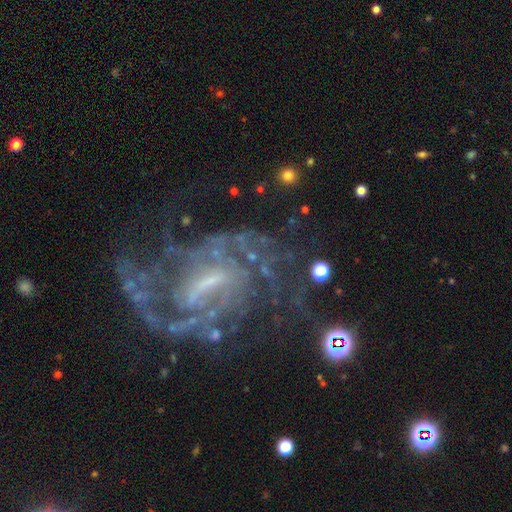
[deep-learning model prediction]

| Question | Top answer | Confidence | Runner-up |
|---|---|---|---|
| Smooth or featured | featured or disk | 85% | star or artifact (10%) |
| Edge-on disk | no | 97% | yes (3%) |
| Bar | weak | 51% | strong (32%) |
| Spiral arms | yes | 92% | no (8%) |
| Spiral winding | medium | 45% | tight (37%) |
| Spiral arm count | can't tell | 33% | 2 (30%) |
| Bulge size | small | 47% | moderate (25%) |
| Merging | none | 58% | major disturbance (22%) |